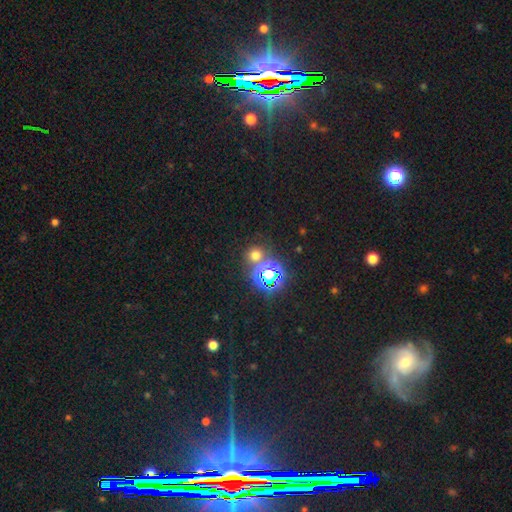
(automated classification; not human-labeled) This appears to be a smooth galaxy with no disk features (55%) that is round (83%). Merging: none (68%).